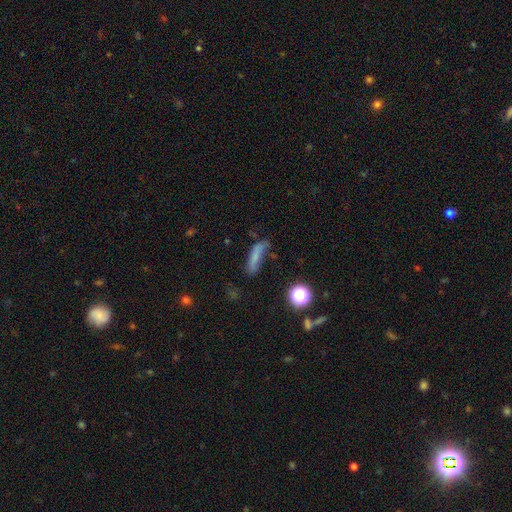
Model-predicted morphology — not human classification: smooth-or-featured: smooth: 68% | featured or disk: 18% | star or artifact: 14%
  how-rounded: cigar-shaped: 70% | in between: 26% | round: 5%
  merging: none: 49% | minor disturbance: 27% | major disturbance: 17% | merger: 7%